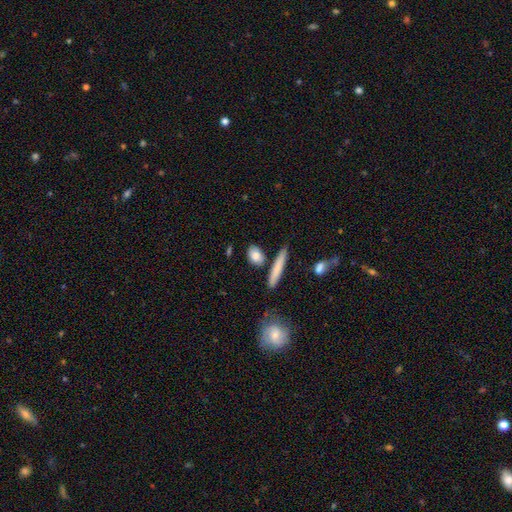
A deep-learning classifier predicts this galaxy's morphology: smooth-or-featured: smooth: 82% | featured or disk: 12% | star or artifact: 6%
  how-rounded: in between: 61% | round: 20% | cigar-shaped: 19%
  merging: none: 76% | minor disturbance: 13% | merger: 8% | major disturbance: 4%